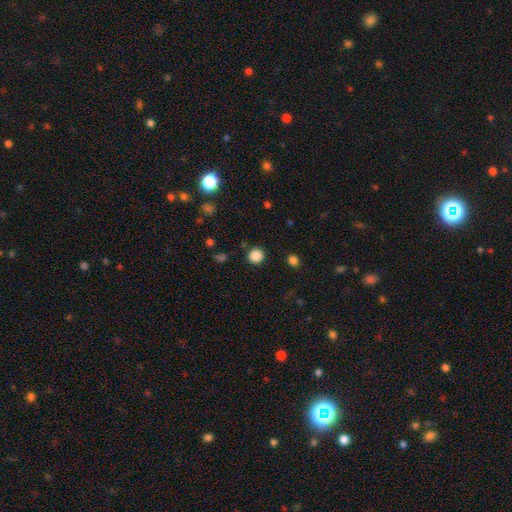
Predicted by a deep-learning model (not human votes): smooth 86%, star or artifact 11%, featured or disk 3%. Down the decision tree: how rounded — round (92%); merging — none (90%).